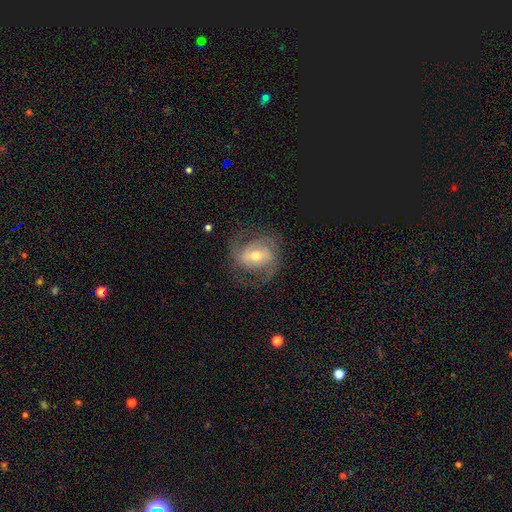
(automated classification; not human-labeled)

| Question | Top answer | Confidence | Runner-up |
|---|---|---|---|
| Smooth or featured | featured or disk | 79% | smooth (15%) |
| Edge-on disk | no | 97% | yes (3%) |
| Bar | weak | 44% | strong (29%) |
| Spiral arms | yes | 91% | no (9%) |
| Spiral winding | medium | 49% | tight (32%) |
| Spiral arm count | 2 | 68% | can't tell (13%) |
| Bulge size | moderate | 61% | small (32%) |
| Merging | none | 69% | minor disturbance (17%) |